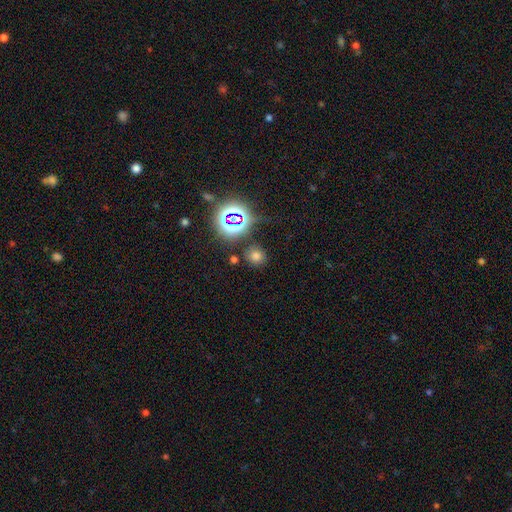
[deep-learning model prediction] Morphology: type=smooth (67%); roundness=round (82%); merging=none (80%).